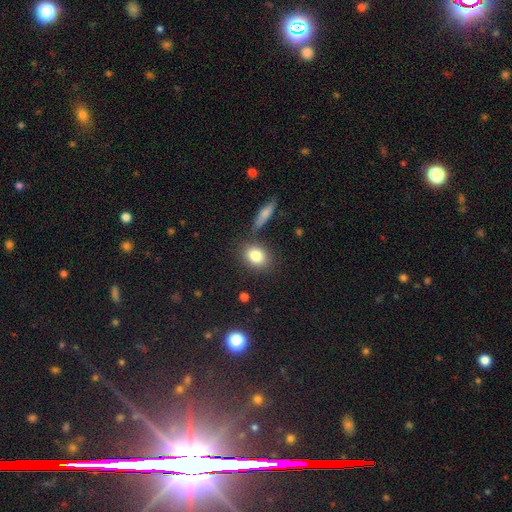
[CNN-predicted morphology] A smooth galaxy with no disk features (82%) that is in between round and cigar-shaped (58%). Merging: none (76%).